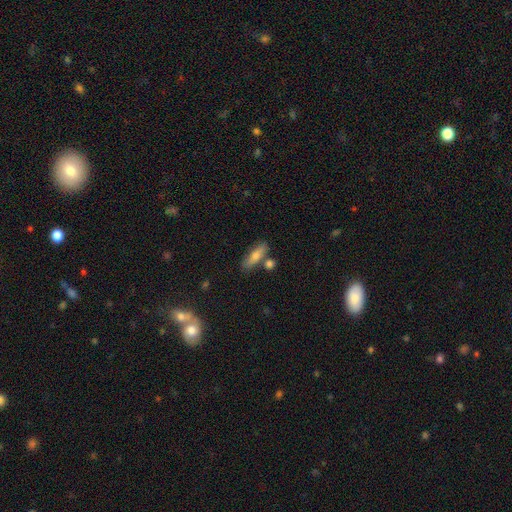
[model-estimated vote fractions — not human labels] Overall: smooth (64%; featured or disk 29%). How rounded: cigar-shaped (59%; in between 38%). Merging: none (73%).